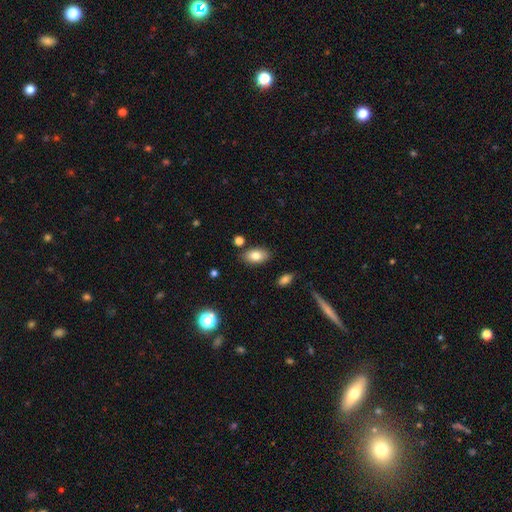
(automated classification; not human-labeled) This appears to be a smooth galaxy with no disk features (81%) that is in between round and cigar-shaped (91%). Merging: none (83%).